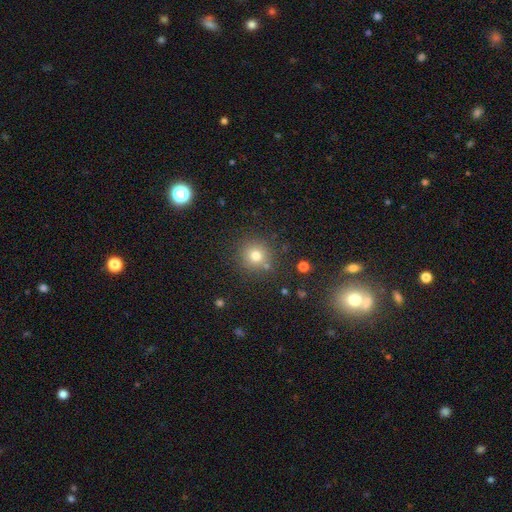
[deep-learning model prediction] The model was most divided on "smooth or featured": smooth: 75%, star or artifact: 16%, featured or disk: 9%. More confident: how rounded — round (93%); merging — none (83%).